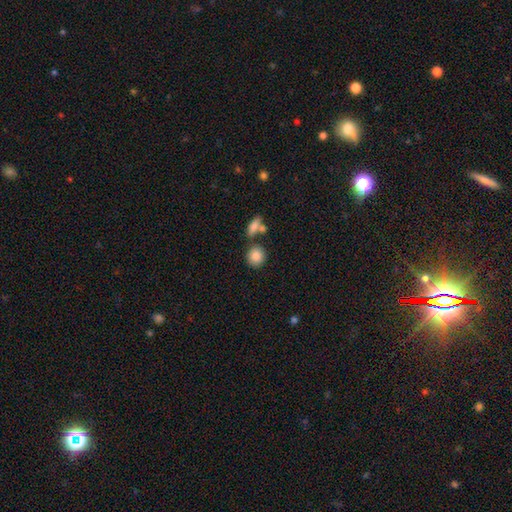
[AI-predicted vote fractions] This appears to be a smooth galaxy with no disk features (85%) that is round (80%). Merging: none (73%).